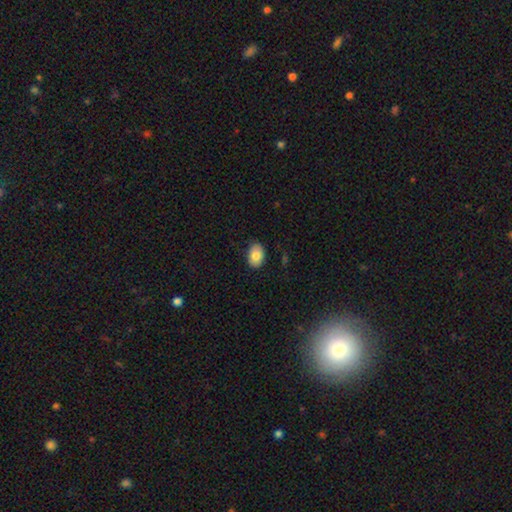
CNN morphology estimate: A smooth galaxy with no disk features (81%) that is in between round and cigar-shaped (85%).

Vote fractions:
- Smooth or featured? smooth: 81% / featured or disk: 11% / star or artifact: 7%
- How rounded? in between: 85% / round: 14% / cigar-shaped: 1%
- Merging? none: 86% / minor disturbance: 11% / major disturbance: 2% / merger: 1%